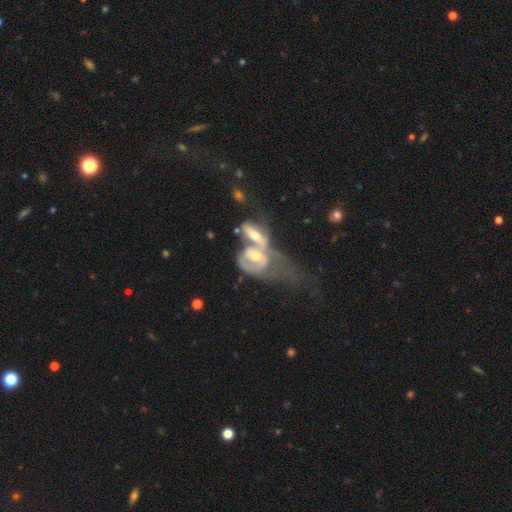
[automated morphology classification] featured or disk 70%, smooth 23%, star or artifact 6%. Down the decision tree: edge-on disk — no (90%); bar — no (55%); spiral arms — yes (64%); bulge size — moderate (62%); merging — merger (73%).